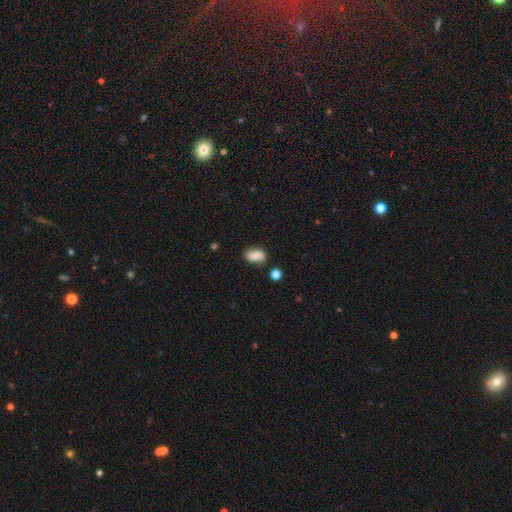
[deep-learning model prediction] Smooth or featured? smooth (79%)
How rounded? in between (86%)
Merging? none (65%)